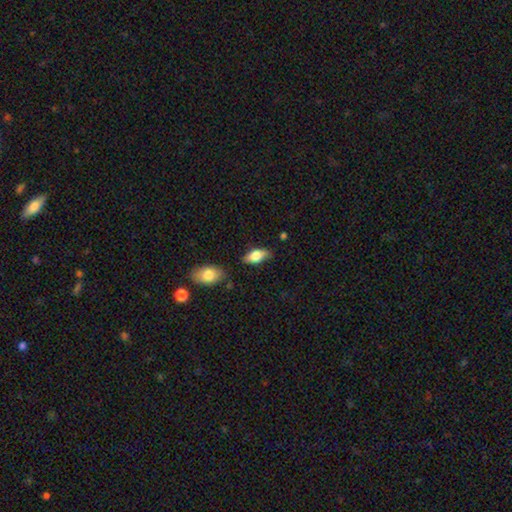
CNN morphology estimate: A smooth galaxy with no disk features (74%) that is in between round and cigar-shaped (87%).

Vote fractions:
- Smooth or featured? smooth: 74% / featured or disk: 19% / star or artifact: 6%
- How rounded? in between: 87% / cigar-shaped: 10% / round: 3%
- Merging? none: 80% / minor disturbance: 14% / merger: 3% / major disturbance: 3%